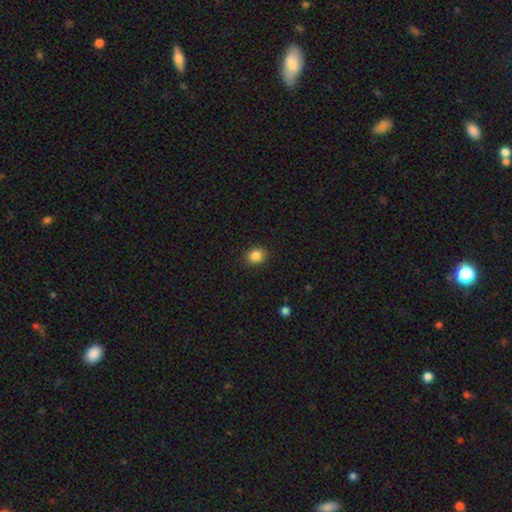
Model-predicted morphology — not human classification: A smooth galaxy with no disk features (86%) that is round (71%). Merging: none (90%).